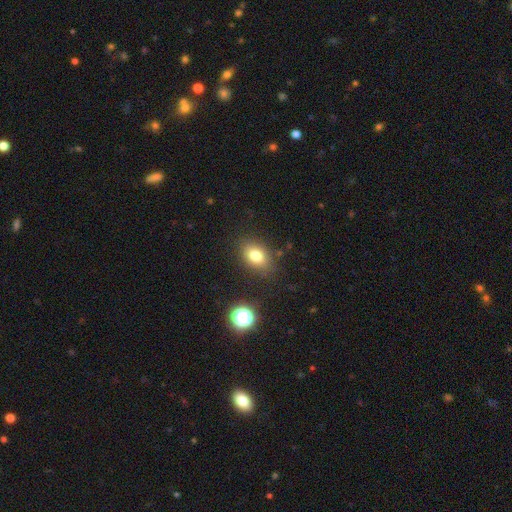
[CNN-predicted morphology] The model was most divided on "how rounded": in between: 77%, round: 21%, cigar-shaped: 2%. More confident: merging — none (83%); smooth or featured — smooth (78%).